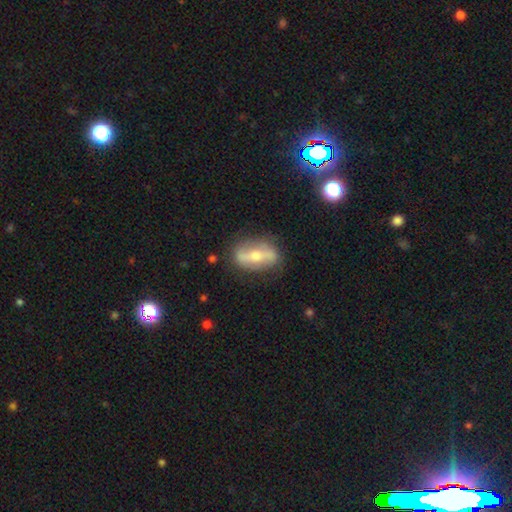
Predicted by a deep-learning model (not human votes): Q: Smooth or featured?
A: featured or disk (65%); runner-up: smooth (27%)
Q: Edge-on disk?
A: no (75%); runner-up: yes (25%)
Q: Merging?
A: none (79%); runner-up: minor disturbance (15%)